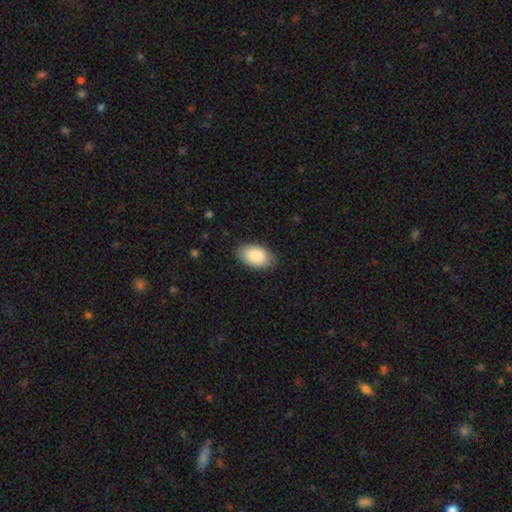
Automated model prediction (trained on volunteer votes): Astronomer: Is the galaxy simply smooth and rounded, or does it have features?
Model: smooth — 87%.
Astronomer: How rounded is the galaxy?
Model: in between — 93%.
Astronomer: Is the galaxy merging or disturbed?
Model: none — 84%.